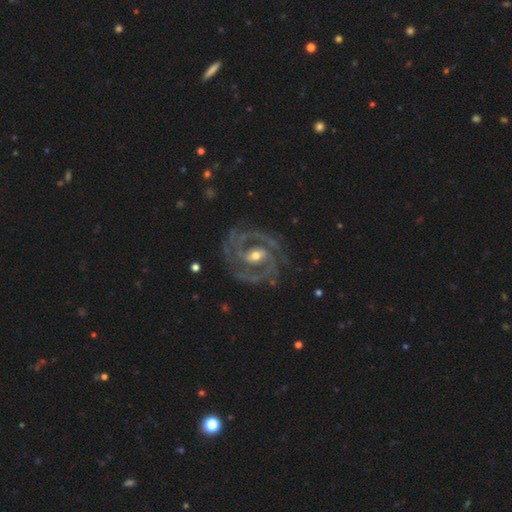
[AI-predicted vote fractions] A featured or disk galaxy (93%) with a weak bar (43%), 2 (59%) tight (51%) spiral arms (98%) and a moderate central bulge (66%).

Vote fractions:
- Smooth or featured? featured or disk: 93% / star or artifact: 4% / smooth: 3%
- Edge-on disk? no: 98% / yes: 2%
- Bar? weak: 43% / strong: 30% / no: 27%
- Spiral arms? yes: 98% / no: 2%
- Spiral winding? tight: 51% / medium: 42% / loose: 7%
- Spiral arm count? 2: 59% / 3: 20% / can't tell: 8% / 4: 5% / 1: 4% / more than 4: 4%
- Bulge size? moderate: 66% / small: 28% / large: 4% / none: 1% / dominant: 1%
- Merging? none: 77% / minor disturbance: 15% / major disturbance: 7% / merger: 1%